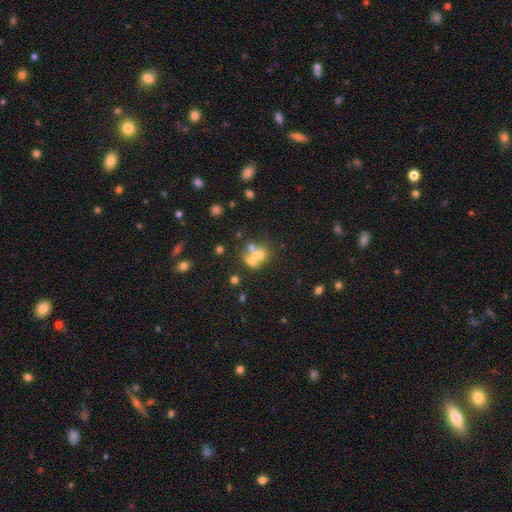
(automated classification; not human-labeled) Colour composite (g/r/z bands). It shows a smooth galaxy with no disk features (50%) that is round (59%). Merging: merger (53%).